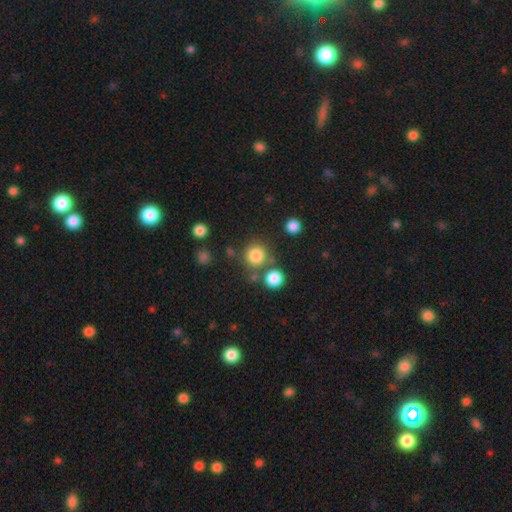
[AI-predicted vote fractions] Smooth or featured: smooth — 82% (star or artifact — 12%)
How rounded: round — 92% (in between — 7%)
Merging: none — 73% (merger — 15%)